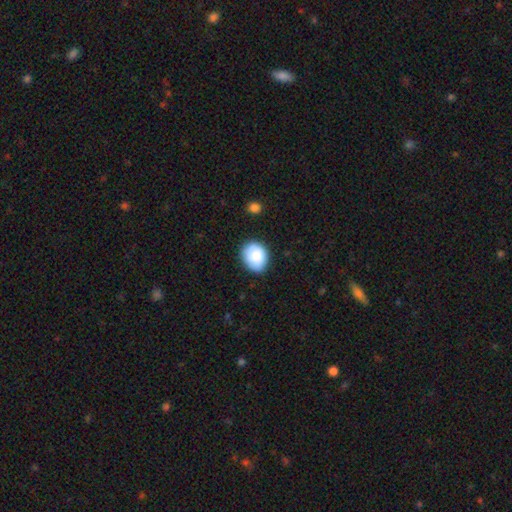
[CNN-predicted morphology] Smooth or featured? Predicted: smooth (p=0.85). How rounded? Predicted: round (p=0.51). Merging? Predicted: none (p=0.81).